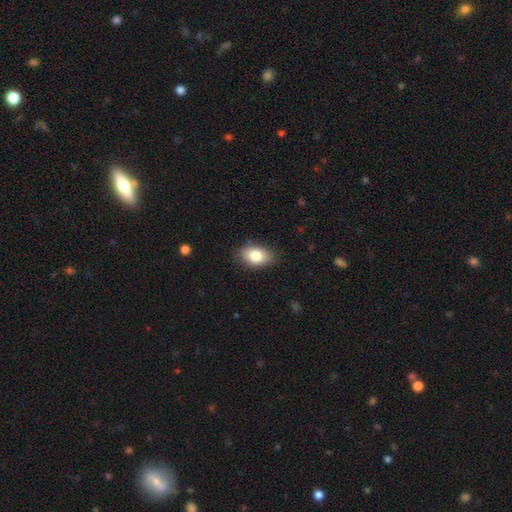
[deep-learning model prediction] Q: Smooth or featured?
A: smooth (83%); runner-up: featured or disk (10%)
Q: How rounded?
A: in between (87%); runner-up: round (11%)
Q: Merging?
A: none (82%); runner-up: minor disturbance (14%)